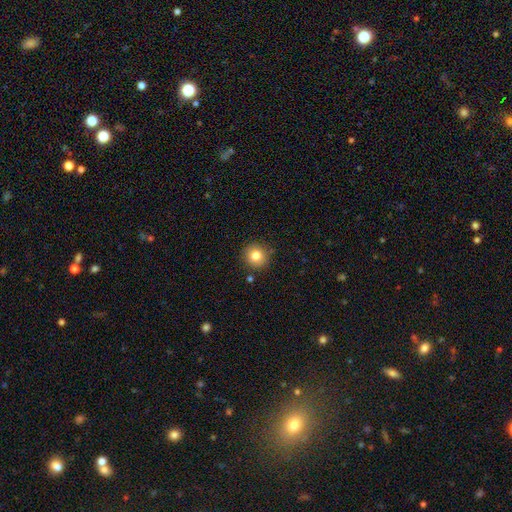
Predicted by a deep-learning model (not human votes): A smooth galaxy with no disk features (80%) that is round (93%).

Vote fractions:
- Smooth or featured? smooth: 80% / star or artifact: 11% / featured or disk: 8%
- How rounded? round: 93% / in between: 6% / cigar-shaped: 1%
- Merging? none: 87% / minor disturbance: 8% / merger: 2% / major disturbance: 2%